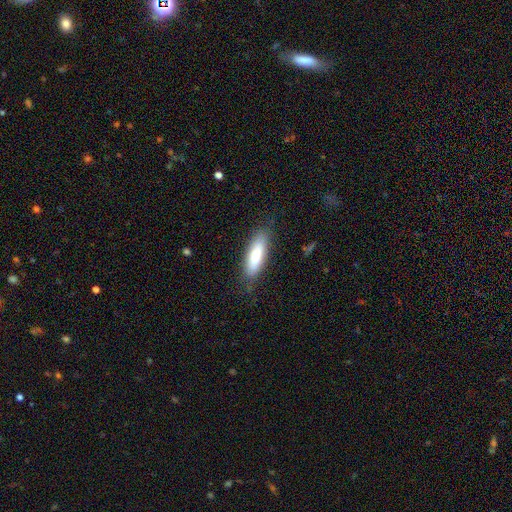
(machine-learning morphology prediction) The model was most divided on "how rounded": in between: 54%, cigar-shaped: 44%, round: 2%. More confident: merging — none (80%); smooth or featured — smooth (76%).